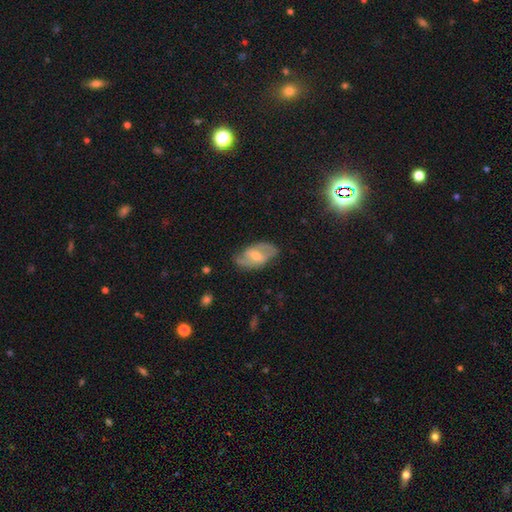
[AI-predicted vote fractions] This appears to be a featured or disk galaxy (73%) with a weak bar (51%), 2 (82%) medium (49%) spiral arms (87%) and a moderate central bulge (52%). Merging: none (73%).